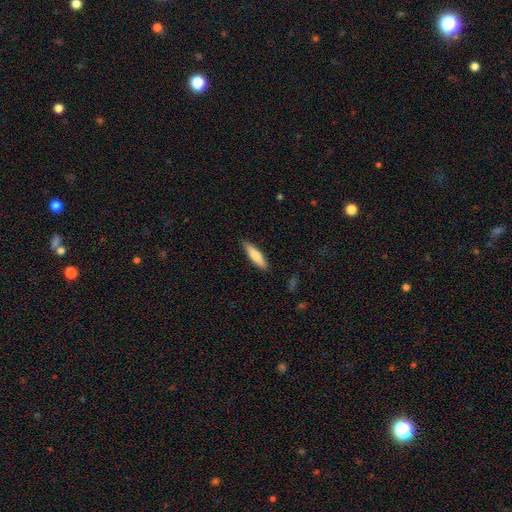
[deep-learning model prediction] Smooth or featured? Predicted: smooth (p=0.71). How rounded? Predicted: cigar-shaped (p=0.75). Merging? Predicted: none (p=0.88).